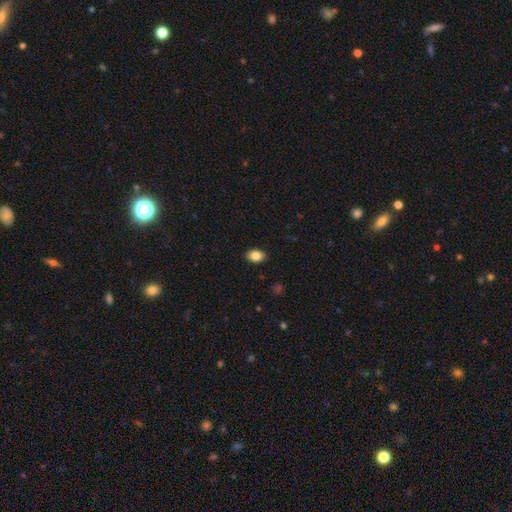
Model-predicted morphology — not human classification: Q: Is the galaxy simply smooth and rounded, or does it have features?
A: smooth — 86%.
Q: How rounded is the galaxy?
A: in between — 81%.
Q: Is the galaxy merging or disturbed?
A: none — 89%.